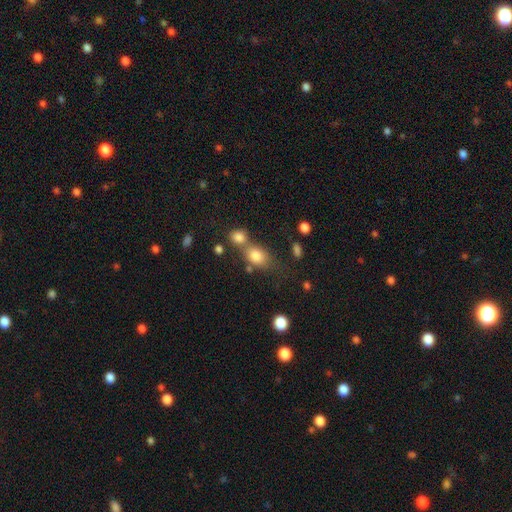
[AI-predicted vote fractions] smooth 80%, star or artifact 11%, featured or disk 10%. Down the decision tree: how rounded — in between (64%); merging — merger (42%).